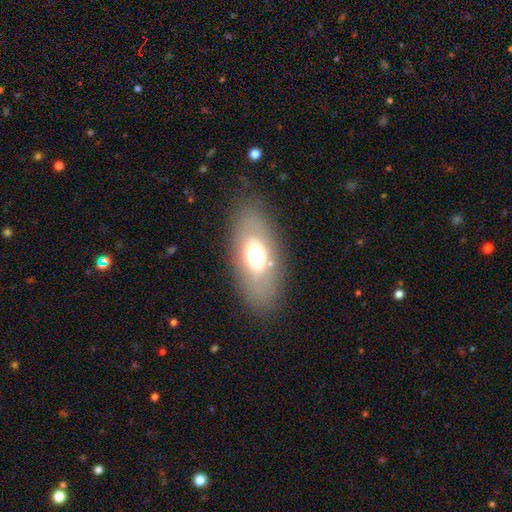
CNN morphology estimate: This appears to be a smooth galaxy with no disk features (55%) that is in between round and cigar-shaped (86%). Merging: none (81%).